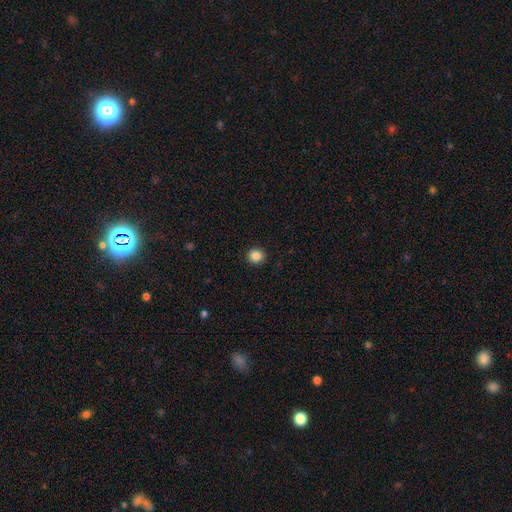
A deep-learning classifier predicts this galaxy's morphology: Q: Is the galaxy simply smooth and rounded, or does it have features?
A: smooth — 86%.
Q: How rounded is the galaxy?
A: round — 91%.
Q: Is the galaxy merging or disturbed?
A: none — 92%.